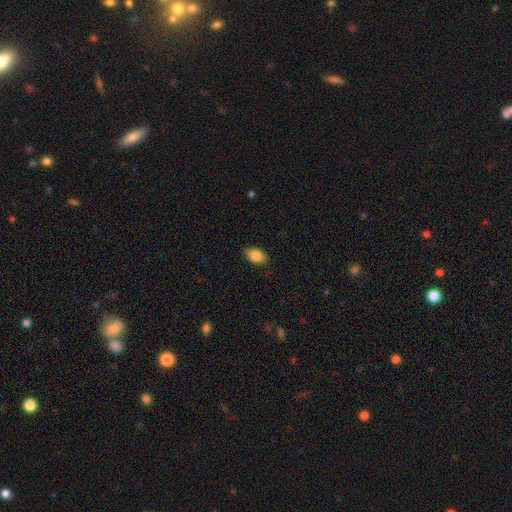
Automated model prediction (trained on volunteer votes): The model was most divided on "merging": none: 84%, minor disturbance: 12%, major disturbance: 2%, merger: 1%. More confident: how rounded — in between (88%); smooth or featured — smooth (84%).